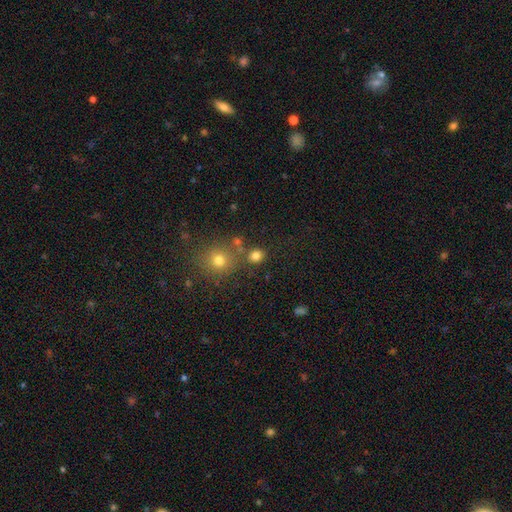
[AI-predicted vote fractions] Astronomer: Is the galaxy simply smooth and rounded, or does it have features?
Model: smooth — 78%.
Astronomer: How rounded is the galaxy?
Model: round — 71%.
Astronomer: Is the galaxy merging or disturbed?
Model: none — 75%.